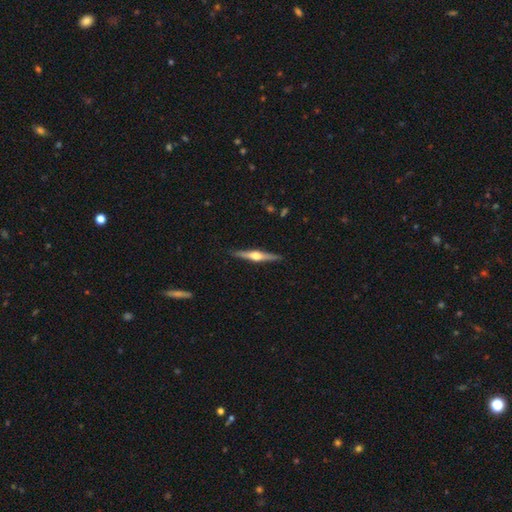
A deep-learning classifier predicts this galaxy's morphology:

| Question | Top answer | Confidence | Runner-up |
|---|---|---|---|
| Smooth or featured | featured or disk | 76% | smooth (19%) |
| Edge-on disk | yes | 98% | no (2%) |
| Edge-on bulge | rounded | 95% | boxy (3%) |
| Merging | none | 91% | minor disturbance (7%) |